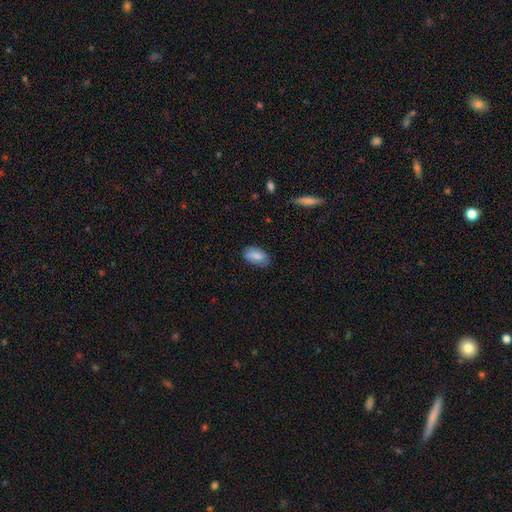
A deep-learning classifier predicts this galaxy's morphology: type=smooth (80%); roundness=in between (93%); merging=none (80%).